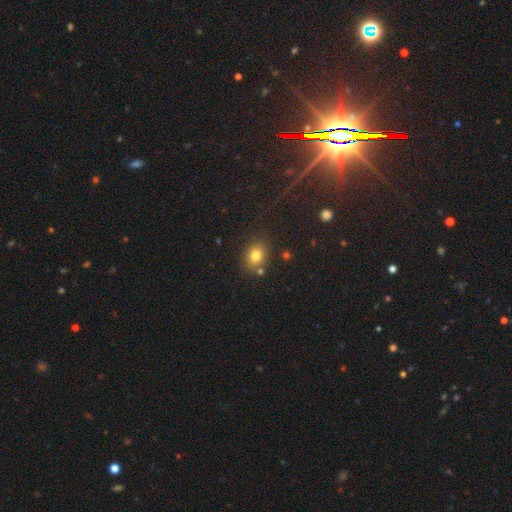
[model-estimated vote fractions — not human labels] The model was most divided on "how rounded": in between: 50%, round: 49%, cigar-shaped: 1%. More confident: smooth or featured — smooth (78%); merging — none (76%).